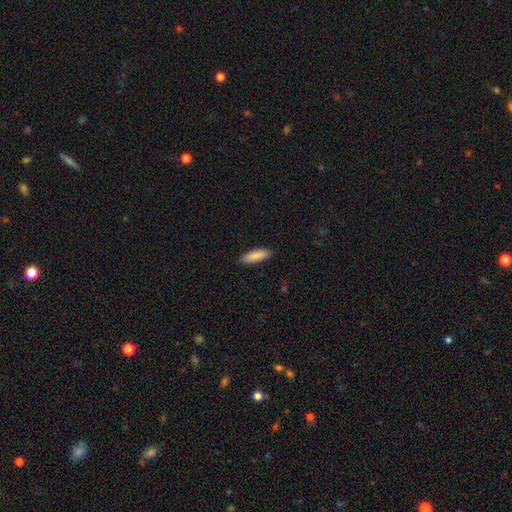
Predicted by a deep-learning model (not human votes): Smooth or featured? Predicted: smooth (p=0.88). How rounded? Predicted: cigar-shaped (p=0.54). Merging? Predicted: none (p=0.90).